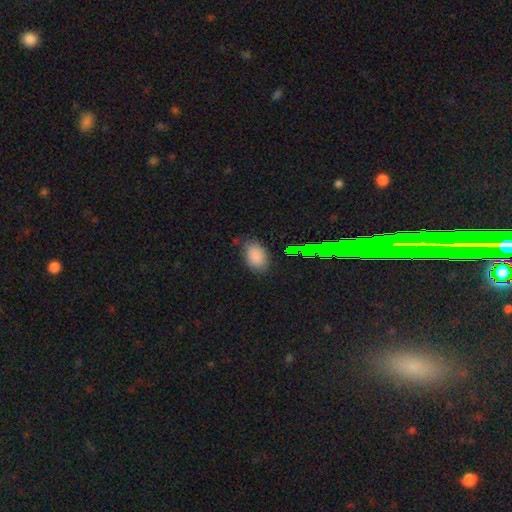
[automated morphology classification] Smooth or featured? Predicted: smooth (p=0.83). How rounded? Predicted: in between (p=0.86). Merging? Predicted: none (p=0.73).